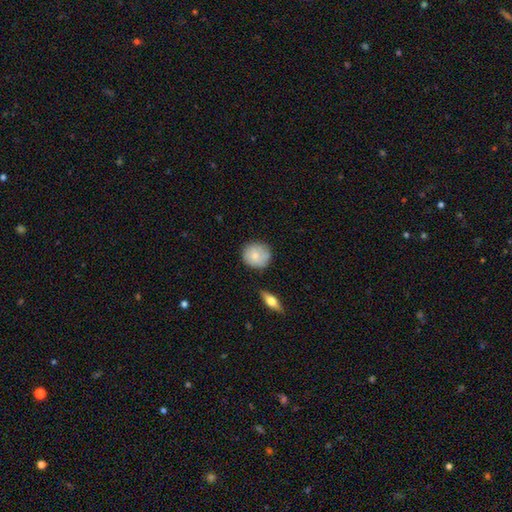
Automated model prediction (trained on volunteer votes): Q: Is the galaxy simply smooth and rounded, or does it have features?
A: smooth — 75%.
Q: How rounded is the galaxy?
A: round — 89%.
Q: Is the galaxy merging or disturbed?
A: none — 76%.